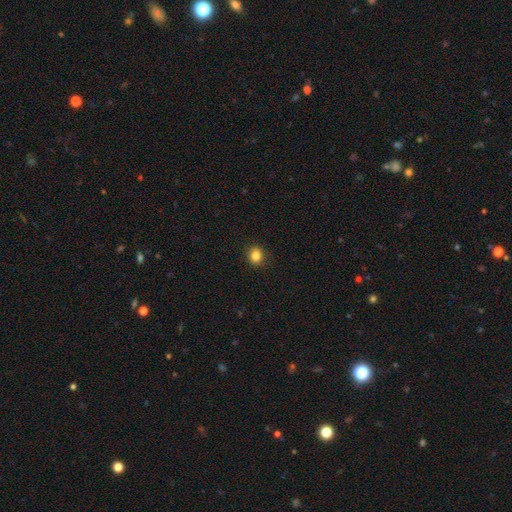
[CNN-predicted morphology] Smooth or featured: smooth — 84% (star or artifact — 11%)
How rounded: round — 78% (in between — 21%)
Merging: none — 91% (minor disturbance — 6%)